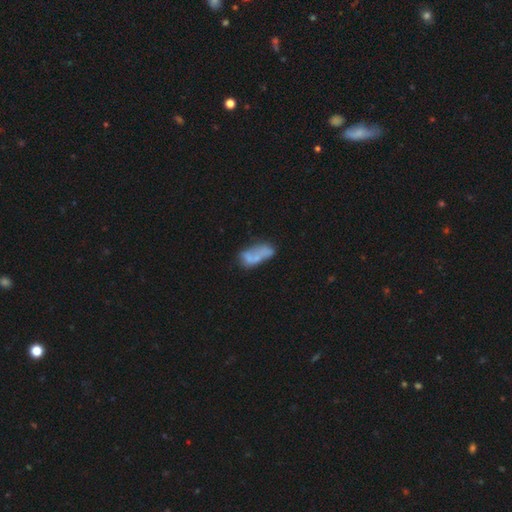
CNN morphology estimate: Smooth or featured? smooth (52%)
How rounded? in between (77%)
Merging? merger (34%, tied with none)